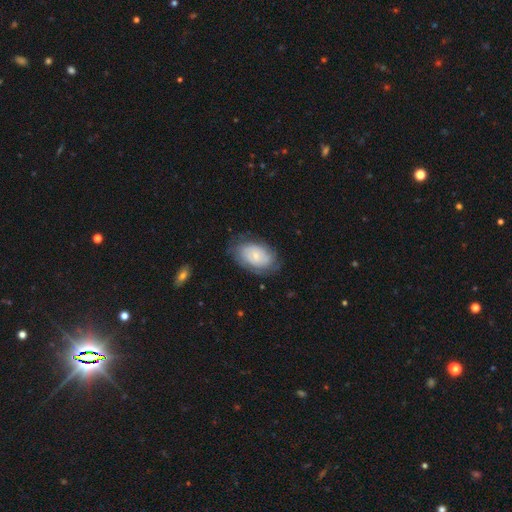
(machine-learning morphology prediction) type=featured or disk (50%); merging=none (70%).